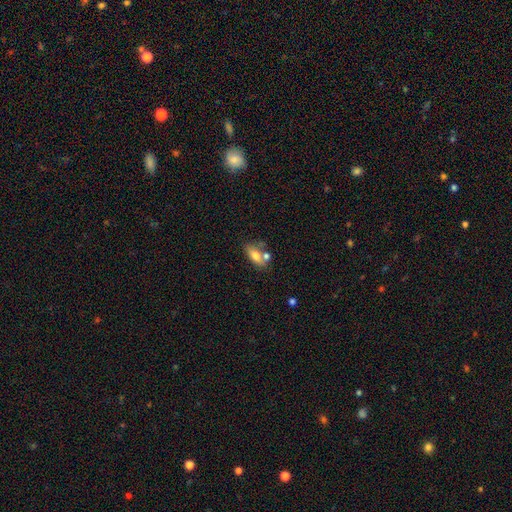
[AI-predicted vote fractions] Q: Smooth or featured?
A: smooth (70%); runner-up: featured or disk (22%)
Q: How rounded?
A: in between (79%); runner-up: cigar-shaped (15%)
Q: Merging?
A: none (52%); runner-up: merger (27%)